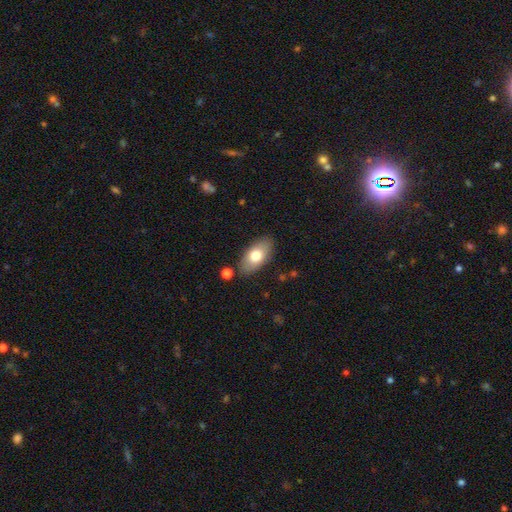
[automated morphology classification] Smooth or featured: smooth — 73% (featured or disk — 20%)
How rounded: in between — 92% (cigar-shaped — 4%)
Merging: none — 83% (minor disturbance — 11%)